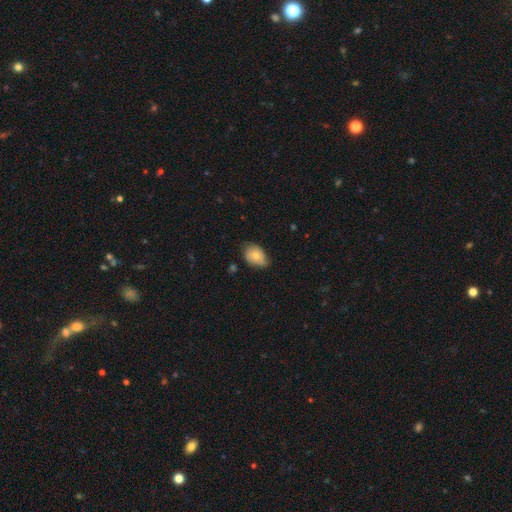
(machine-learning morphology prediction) smooth 64%, featured or disk 28%, star or artifact 7%. Down the decision tree: how rounded — in between (78%); merging — none (60%).